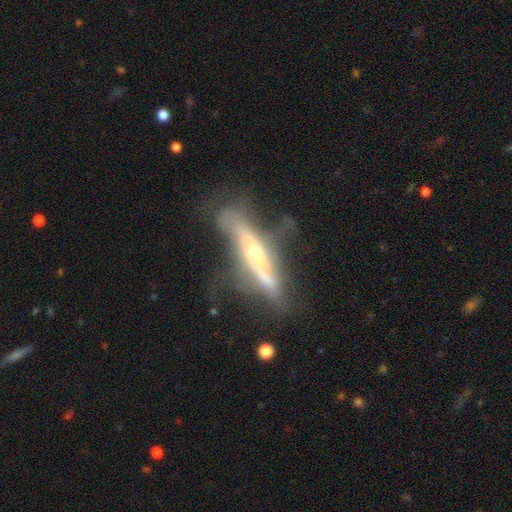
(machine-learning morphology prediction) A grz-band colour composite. It shows a featured or disk galaxy (69%) viewed edge-on (73%) with a rounded central bulge (61%). Merging: none (48%).